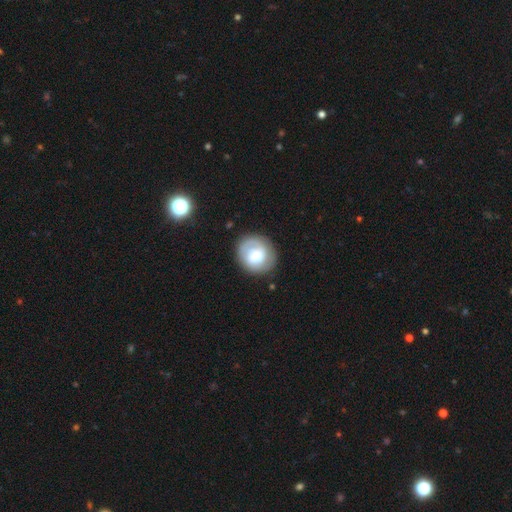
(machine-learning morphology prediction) smooth-or-featured: smooth: 49% | featured or disk: 44% | star or artifact: 7%
  merging: none: 79% | minor disturbance: 14% | major disturbance: 6% | merger: 2%